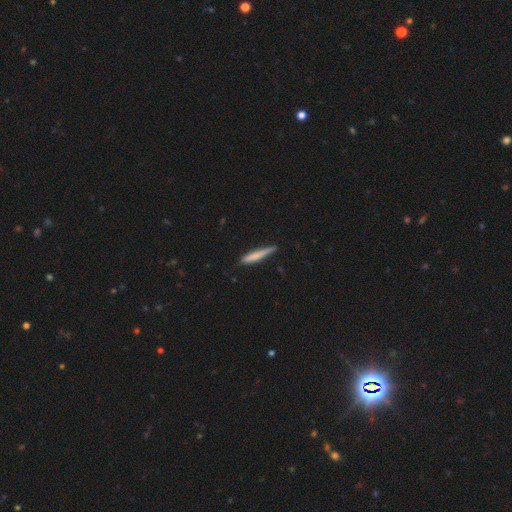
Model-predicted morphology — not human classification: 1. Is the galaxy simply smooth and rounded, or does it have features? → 71% smooth, 23% featured or disk, 6% star or artifact.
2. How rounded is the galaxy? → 94% cigar-shaped, 5% in between, 1% round.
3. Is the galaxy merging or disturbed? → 79% none, 17% minor disturbance, 2% major disturbance, 2% merger.